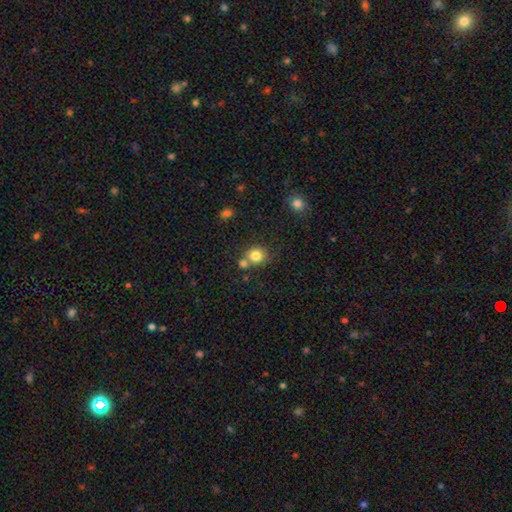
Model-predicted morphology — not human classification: type=smooth (81%); roundness=round (84%); merging=none (60%).